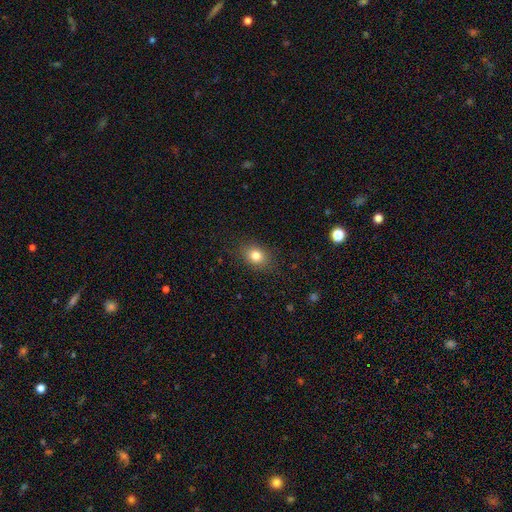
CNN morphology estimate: Q: Smooth or featured?
A: smooth (80%); runner-up: star or artifact (12%)
Q: How rounded?
A: in between (55%); runner-up: round (44%)
Q: Merging?
A: none (86%); runner-up: minor disturbance (10%)